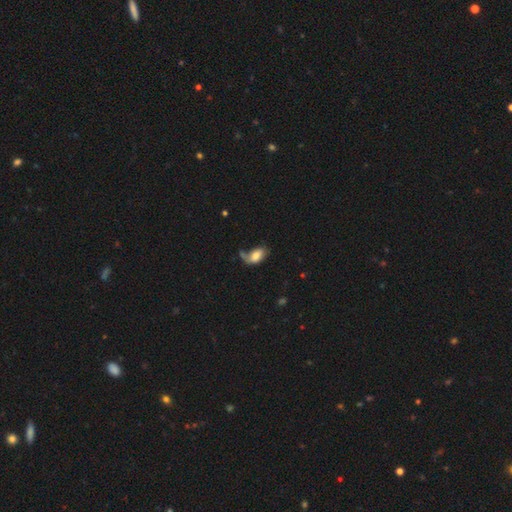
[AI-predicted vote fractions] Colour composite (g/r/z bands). It shows a smooth galaxy with no disk features (71%) that is in between round and cigar-shaped (91%). Merging: none (36%).